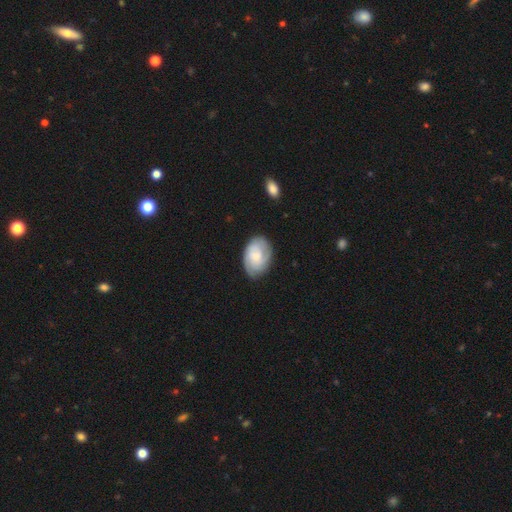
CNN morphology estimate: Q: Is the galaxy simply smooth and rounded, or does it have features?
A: featured or disk — 52%.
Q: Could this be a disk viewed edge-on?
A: no — 97%.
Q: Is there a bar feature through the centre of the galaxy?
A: no — 65%.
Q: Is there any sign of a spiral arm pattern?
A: yes — 84%.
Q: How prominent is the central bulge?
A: small — 43%.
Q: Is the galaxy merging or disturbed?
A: none — 74%.